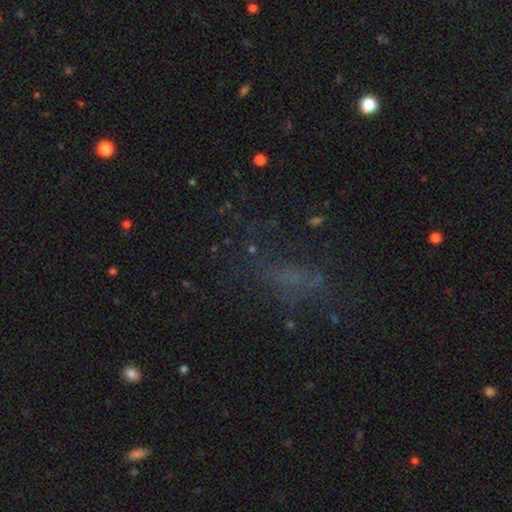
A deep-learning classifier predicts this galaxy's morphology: Smooth or featured?
  - smooth: 41% *
  - star or artifact: 34%
  - featured or disk: 25%
Merging?
  - none: 51% *
  - major disturbance: 26%
  - minor disturbance: 19%
  - merger: 4%